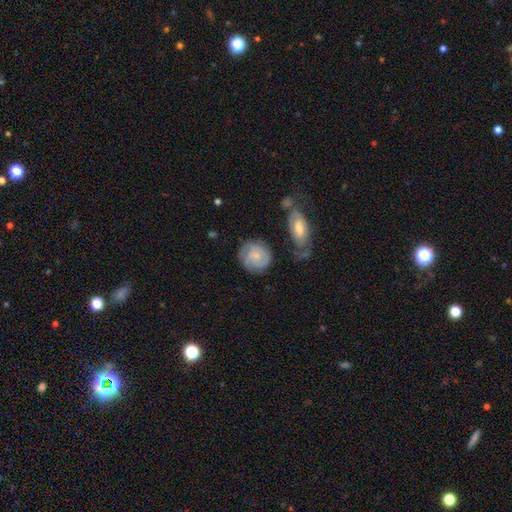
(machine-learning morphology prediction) Smooth or featured?
  - smooth: 50% *
  - featured or disk: 43%
  - star or artifact: 7%
Merging?
  - none: 65% *
  - minor disturbance: 20%
  - major disturbance: 9%
  - merger: 7%